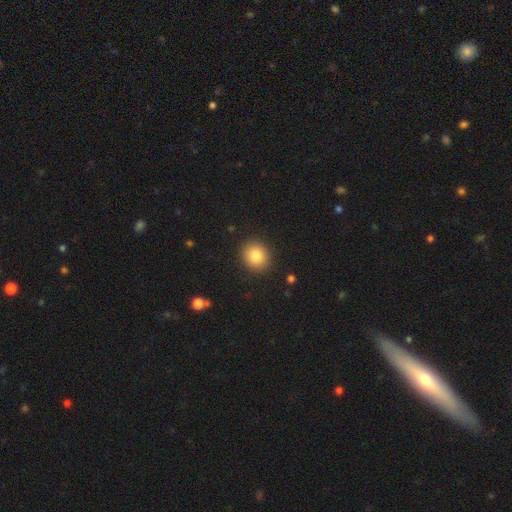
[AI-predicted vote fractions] smooth 84%, star or artifact 10%, featured or disk 7%. Down the decision tree: how rounded — round (80%); merging — none (90%).